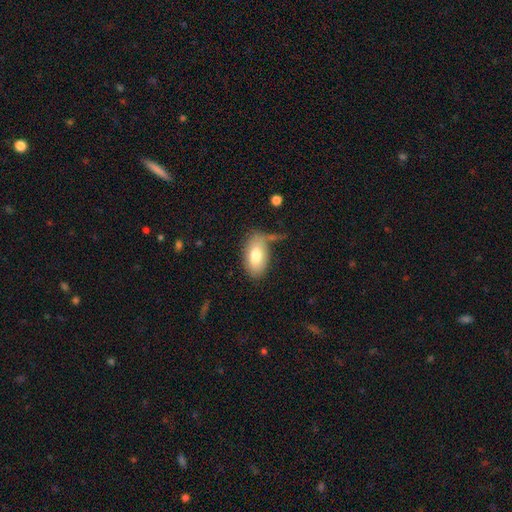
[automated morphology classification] type=smooth (77%); roundness=in between (93%); merging=none (62%).